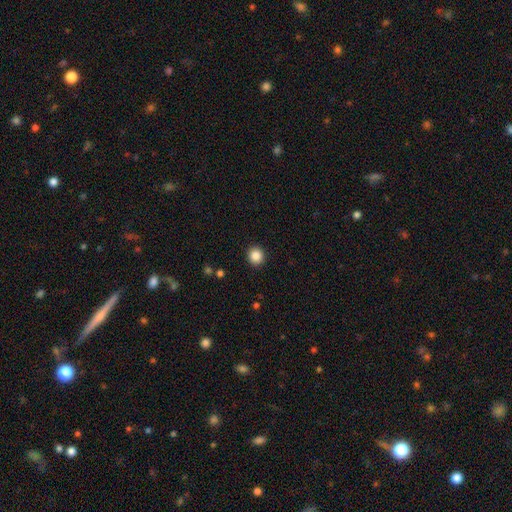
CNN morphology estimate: This is clearly a smooth galaxy (86%). How rounded: clearly round (89%). Merging: clearly none (92%).